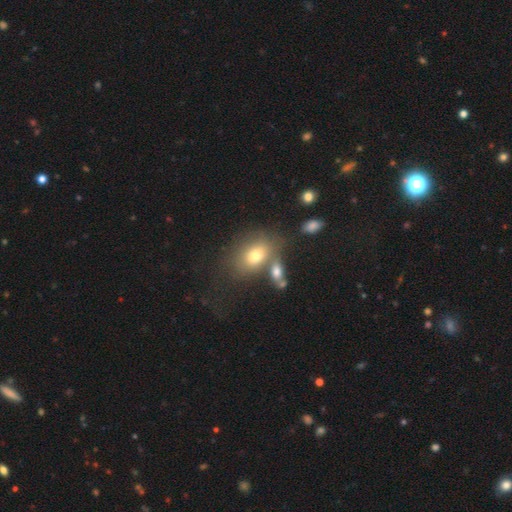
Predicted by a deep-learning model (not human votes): Smooth or featured: smooth — 72% (featured or disk — 17%)
How rounded: in between — 73% (round — 25%)
Merging: none — 55% (merger — 24%)